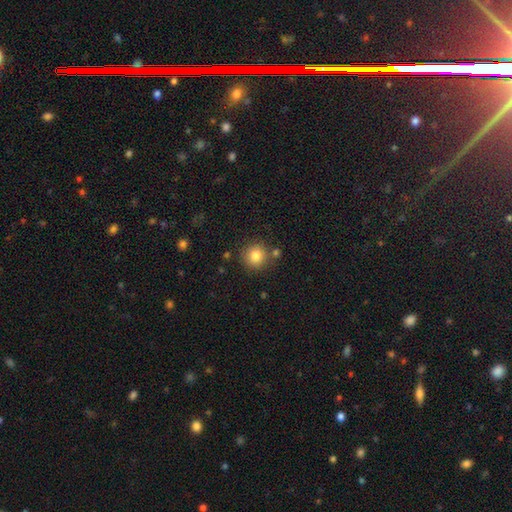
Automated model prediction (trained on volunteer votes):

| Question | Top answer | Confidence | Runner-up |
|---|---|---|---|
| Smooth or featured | smooth | 82% | star or artifact (11%) |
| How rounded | round | 93% | in between (6%) |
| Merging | none | 80% | minor disturbance (9%) |